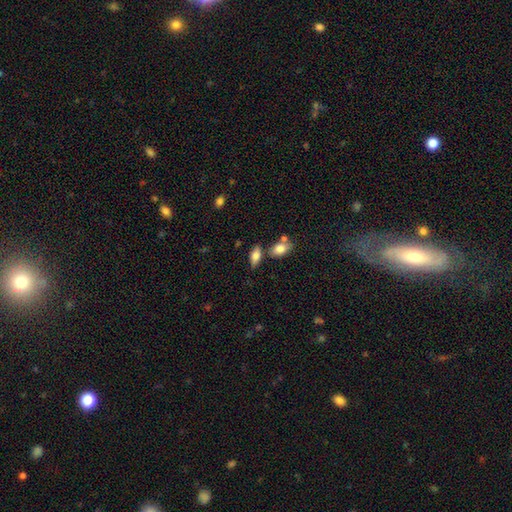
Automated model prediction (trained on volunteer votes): smooth 74%, featured or disk 18%, star or artifact 8%. Down the decision tree: how rounded — in between (84%); merging — none (67%).